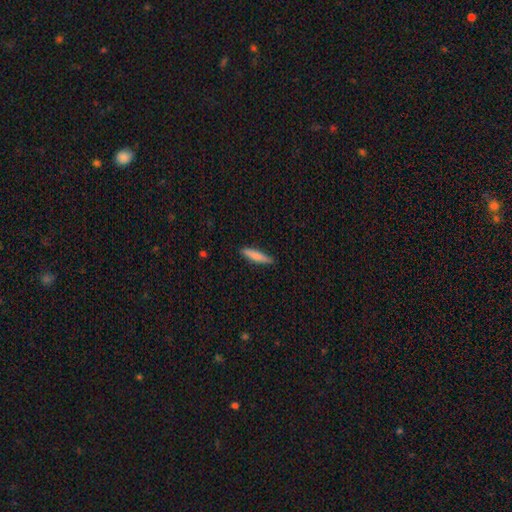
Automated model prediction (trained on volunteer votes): Smooth or featured: smooth — 80% (featured or disk — 14%)
How rounded: cigar-shaped — 86% (in between — 12%)
Merging: none — 86% (minor disturbance — 11%)